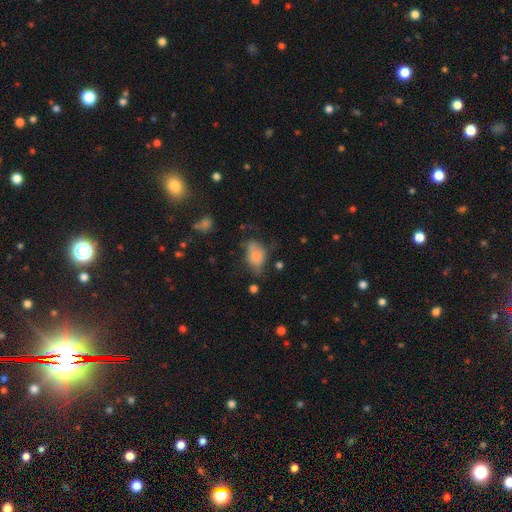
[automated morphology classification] A smooth galaxy with no disk features (69%) that is in between round and cigar-shaped (82%). Merging: none (35%).